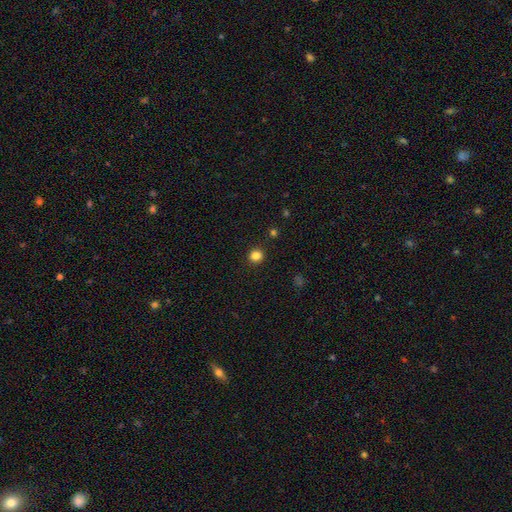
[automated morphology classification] type=smooth (84%); roundness=round (85%); merging=none (89%).